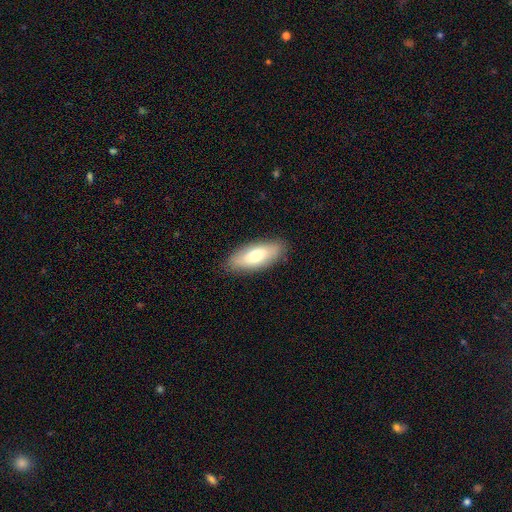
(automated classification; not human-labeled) smooth 71%, featured or disk 23%, star or artifact 6%. Down the decision tree: how rounded — in between (74%); merging — none (87%).